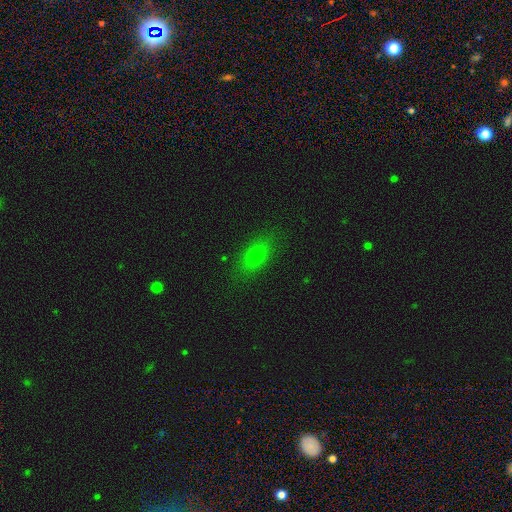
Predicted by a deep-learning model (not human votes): This appears to be a smooth galaxy with no disk features (76%) that is in between round and cigar-shaped (77%). Merging: none (83%).